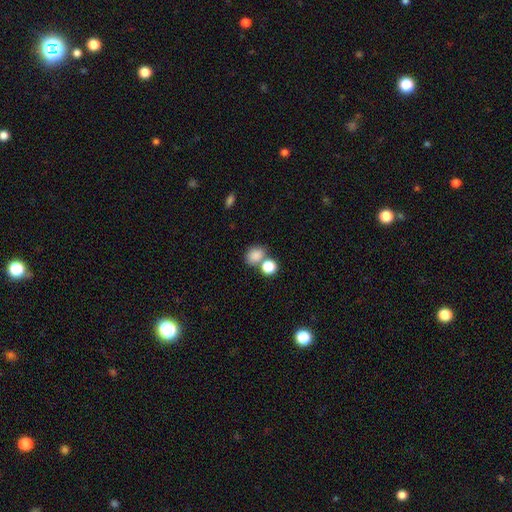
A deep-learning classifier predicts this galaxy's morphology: Smooth or featured?
  - smooth: 83% *
  - star or artifact: 11%
  - featured or disk: 6%
How rounded?
  - round: 52% *
  - in between: 47%
  - cigar-shaped: 1%
Merging?
  - none: 49% *
  - merger: 37%
  - minor disturbance: 10%
  - major disturbance: 4%